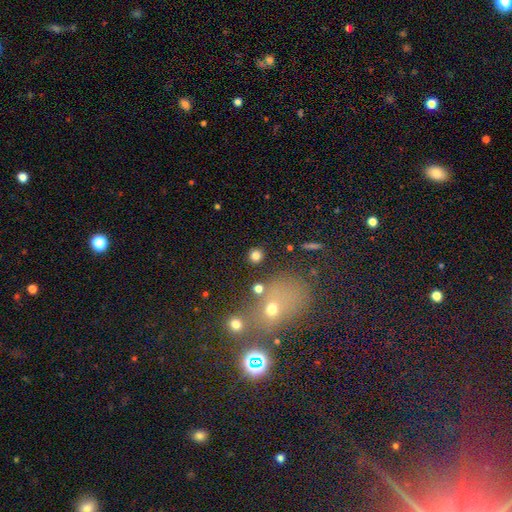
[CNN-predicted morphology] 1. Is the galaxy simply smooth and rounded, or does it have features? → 79% smooth, 14% star or artifact, 7% featured or disk.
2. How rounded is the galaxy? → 90% round, 9% in between, 1% cigar-shaped.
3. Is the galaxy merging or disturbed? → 85% none, 6% minor disturbance, 6% merger, 3% major disturbance.